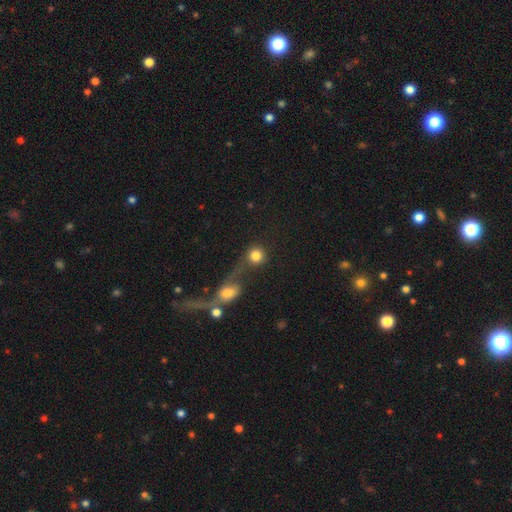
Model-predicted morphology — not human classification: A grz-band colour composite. It shows a smooth galaxy with no disk features (82%) that is round (88%). Merging: none (42%).